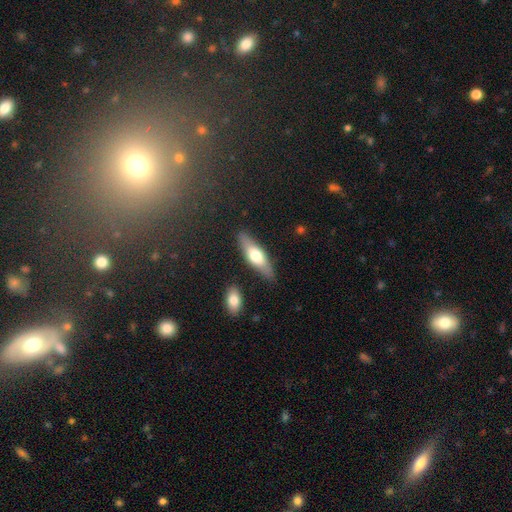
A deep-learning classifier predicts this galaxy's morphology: smooth_or_featured: smooth (p=0.58) [alt: featured or disk p=0.37]
how_rounded: cigar-shaped (p=0.53) [alt: in between p=0.45]
merging: none (p=0.84) [alt: minor disturbance p=0.11]